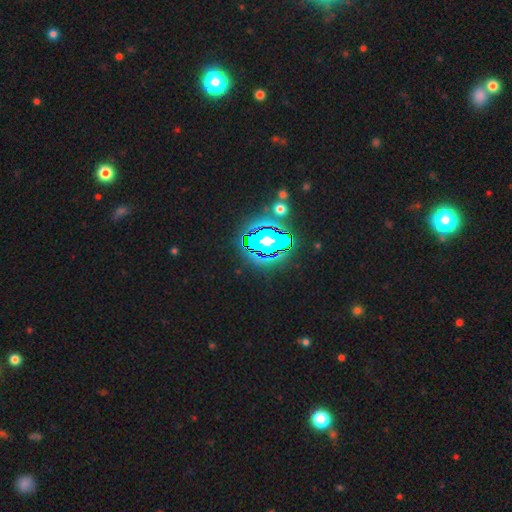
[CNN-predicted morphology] Smooth or featured? star or artifact (85%)